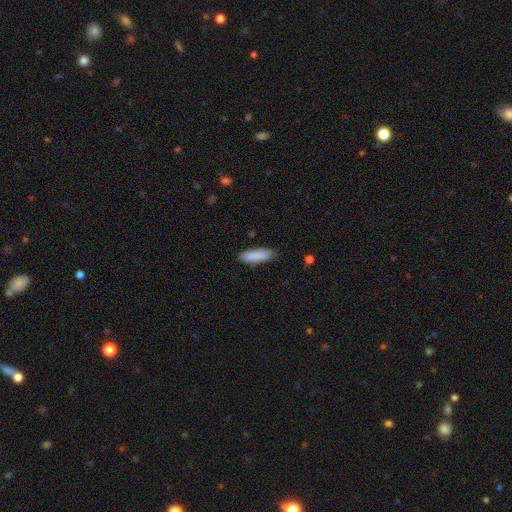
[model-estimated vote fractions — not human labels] A smooth galaxy with no disk features (88%) that is cigar-shaped (52%). Merging: none (82%).